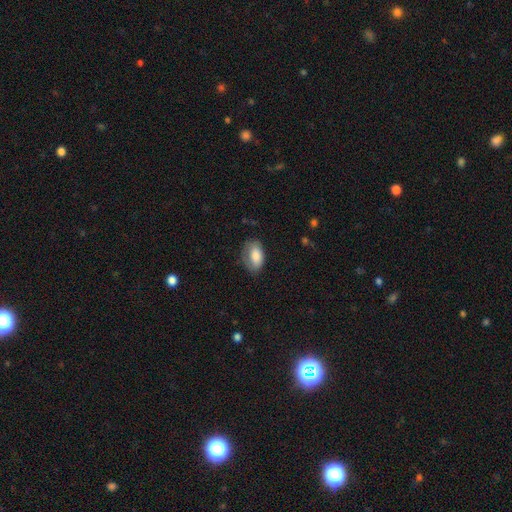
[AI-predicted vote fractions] Overall: smooth (81%). How rounded: in between (92%). Merging: none (62%; minor disturbance 27%).